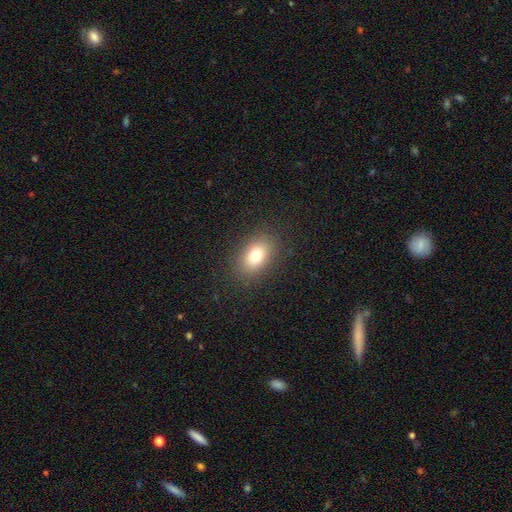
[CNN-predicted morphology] smooth-or-featured: smooth: 77% | featured or disk: 12% | star or artifact: 11%
  how-rounded: in between: 80% | round: 18% | cigar-shaped: 2%
  merging: none: 86% | minor disturbance: 9% | major disturbance: 4% | merger: 1%